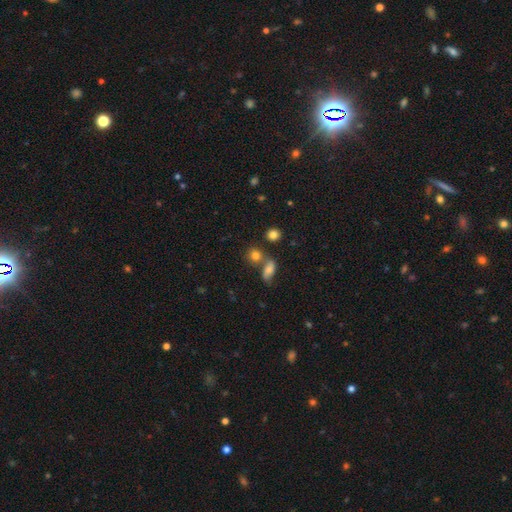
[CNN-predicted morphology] Smooth or featured?
  - smooth: 78% *
  - star or artifact: 11%
  - featured or disk: 10%
How rounded?
  - round: 76% *
  - in between: 21%
  - cigar-shaped: 3%
Merging?
  - none: 57% *
  - merger: 27%
  - minor disturbance: 11%
  - major disturbance: 5%